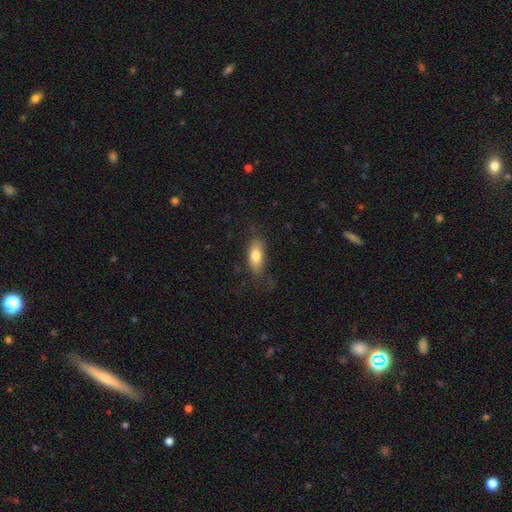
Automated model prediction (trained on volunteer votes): The model was most divided on "merging": none: 65%, minor disturbance: 23%, major disturbance: 11%, merger: 2%. More confident: how rounded — in between (83%); smooth or featured — smooth (77%).